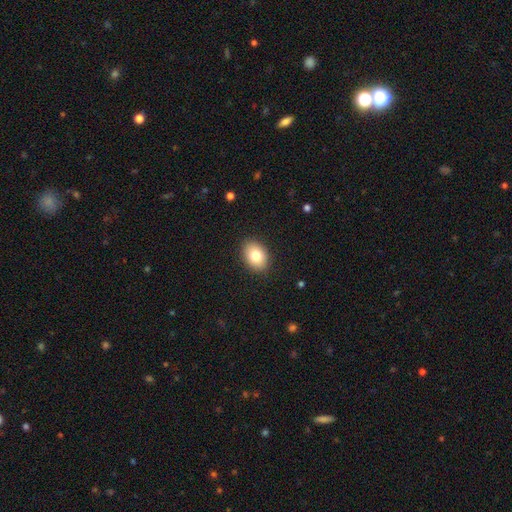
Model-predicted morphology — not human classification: smooth-or-featured: smooth: 81% | featured or disk: 11% | star or artifact: 8%
  how-rounded: in between: 73% | round: 26% | cigar-shaped: 1%
  merging: none: 89% | minor disturbance: 8% | major disturbance: 2% | merger: 1%